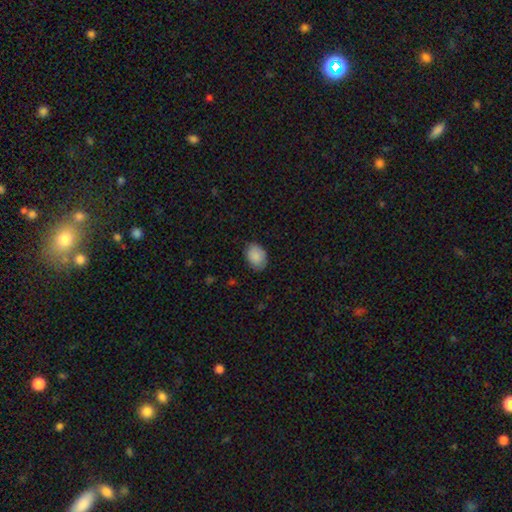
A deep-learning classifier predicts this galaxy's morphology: A smooth galaxy with no disk features (88%) that is in between round and cigar-shaped (76%). Merging: none (81%).